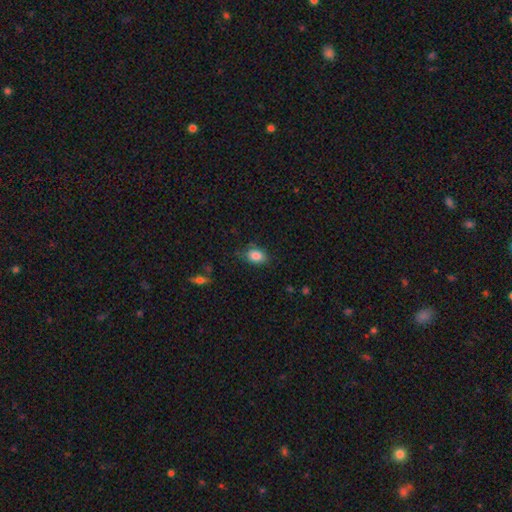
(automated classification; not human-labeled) smooth_or_featured: smooth (p=0.85) [alt: star or artifact p=0.08]
how_rounded: in between (p=0.82) [alt: round p=0.16]
merging: none (p=0.73) [alt: minor disturbance p=0.21]